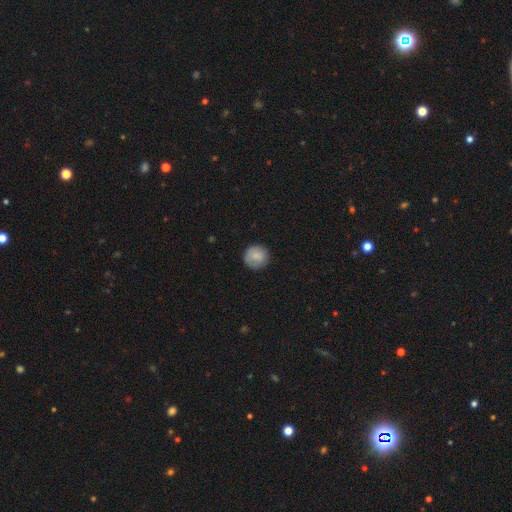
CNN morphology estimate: smooth 82%, featured or disk 11%, star or artifact 7%. Down the decision tree: how rounded — round (93%); merging — none (84%).